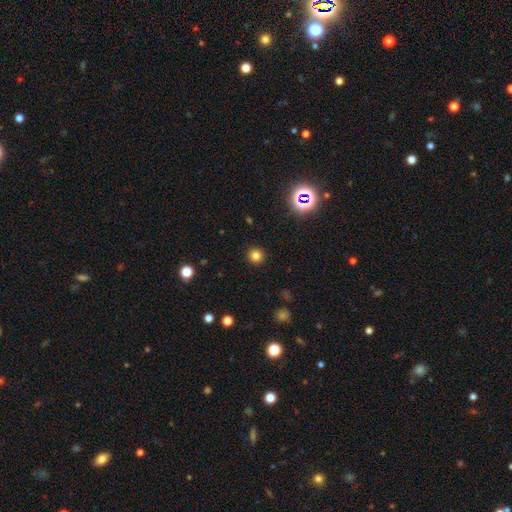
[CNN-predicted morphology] smooth_or_featured: smooth (p=0.79) [alt: star or artifact p=0.16]
how_rounded: round (p=0.94) [alt: in between p=0.05]
merging: none (p=0.92) [alt: minor disturbance p=0.05]